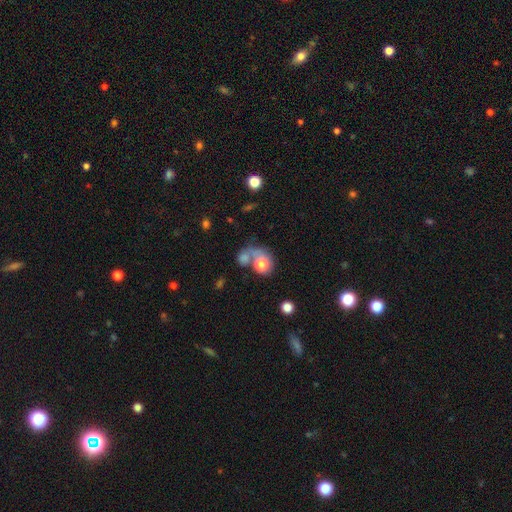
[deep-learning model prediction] A smooth galaxy with no disk features (61%) that is round (65%). Merging: merger (50%).